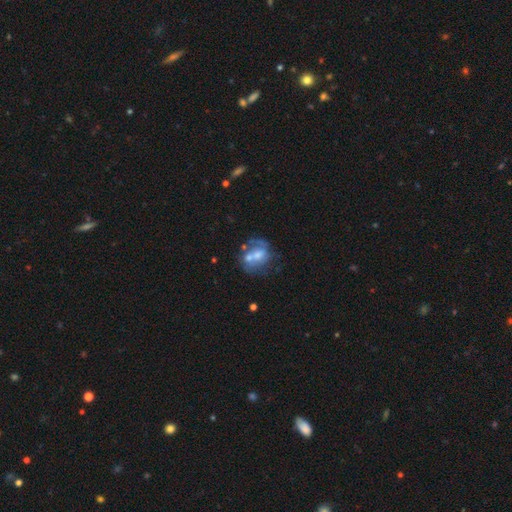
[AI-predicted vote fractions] Morphology: type=featured or disk (54%); edge-on=no (97%); bar=no (67%); spiral arms=no (59%); bulge=moderate (47%); merging=none (33%).